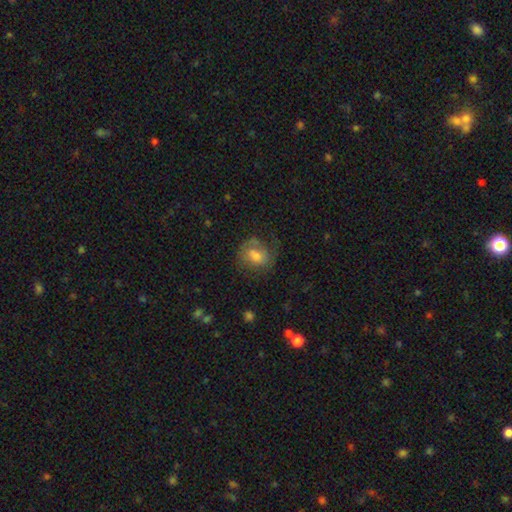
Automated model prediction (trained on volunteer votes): Smooth or featured? Predicted: featured or disk (p=0.46). Merging? Predicted: none (p=0.56).